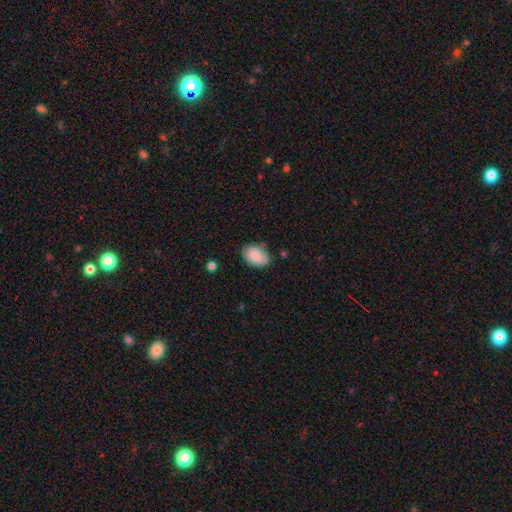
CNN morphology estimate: Q: Smooth or featured?
A: smooth (87%); runner-up: featured or disk (7%)
Q: How rounded?
A: in between (89%); runner-up: round (10%)
Q: Merging?
A: none (79%); runner-up: minor disturbance (16%)